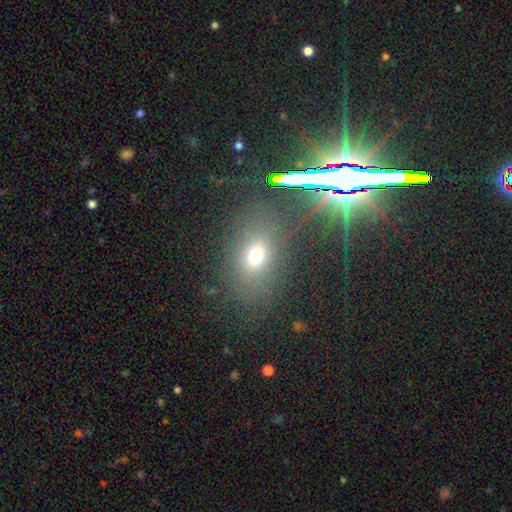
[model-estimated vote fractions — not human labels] smooth_or_featured: smooth (p=0.63) [alt: star or artifact p=0.23]
how_rounded: in between (p=0.70) [alt: round p=0.27]
merging: none (p=0.75) [alt: minor disturbance p=0.13]